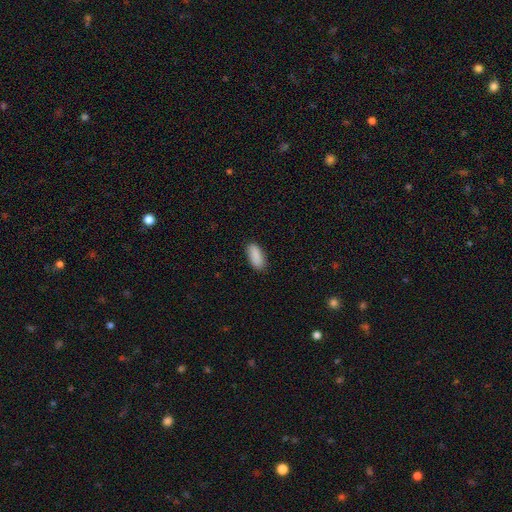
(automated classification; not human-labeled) A smooth galaxy with no disk features (90%) that is in between round and cigar-shaped (84%).

Vote fractions:
- Smooth or featured? smooth: 90% / star or artifact: 7% / featured or disk: 4%
- How rounded? in between: 84% / cigar-shaped: 14% / round: 2%
- Merging? none: 87% / minor disturbance: 10% / major disturbance: 2% / merger: 1%